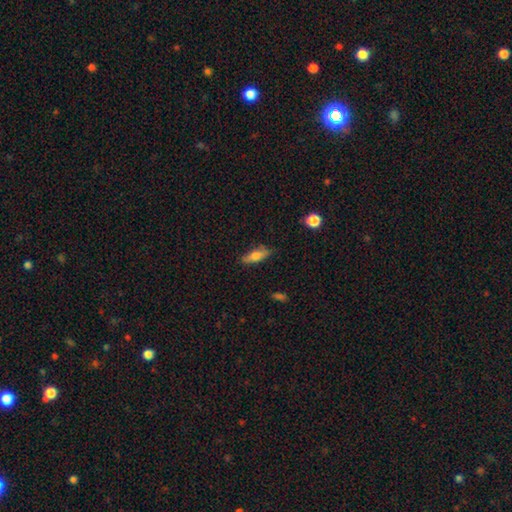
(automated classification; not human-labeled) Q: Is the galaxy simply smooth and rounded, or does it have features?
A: smooth — 71%.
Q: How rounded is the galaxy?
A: in between — 64%.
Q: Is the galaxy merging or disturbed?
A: none — 77%.